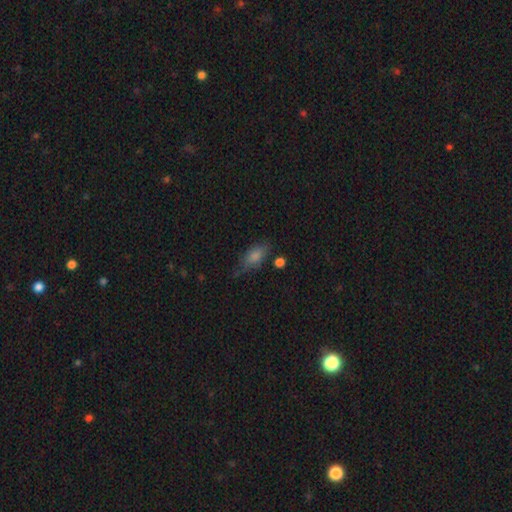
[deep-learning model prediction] A smooth galaxy with no disk features (72%) that is in between round and cigar-shaped (82%).

Vote fractions:
- Smooth or featured? smooth: 72% / featured or disk: 15% / star or artifact: 13%
- How rounded? in between: 82% / cigar-shaped: 12% / round: 6%
- Merging? none: 64% / minor disturbance: 25% / major disturbance: 7% / merger: 4%